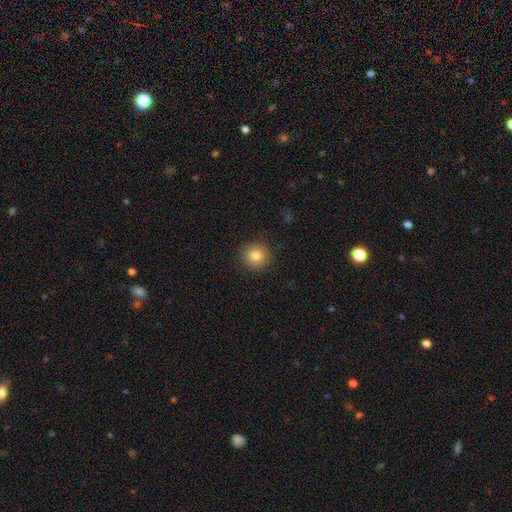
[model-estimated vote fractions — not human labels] Q: Smooth or featured?
A: smooth (82%); runner-up: star or artifact (10%)
Q: How rounded?
A: round (94%); runner-up: in between (5%)
Q: Merging?
A: none (90%); runner-up: minor disturbance (7%)